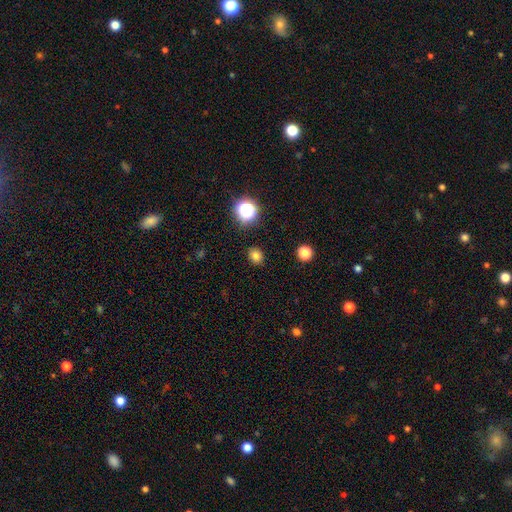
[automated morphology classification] smooth_or_featured: smooth (p=0.78) [alt: star or artifact p=0.16]
how_rounded: round (p=0.62) [alt: in between p=0.37]
merging: none (p=0.89) [alt: minor disturbance p=0.08]